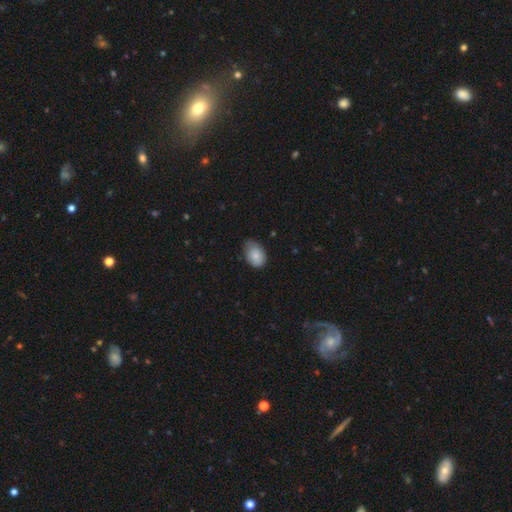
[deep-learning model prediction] Smooth or featured: smooth — 80% (featured or disk — 13%)
How rounded: in between — 82% (round — 17%)
Merging: none — 56% (minor disturbance — 36%)